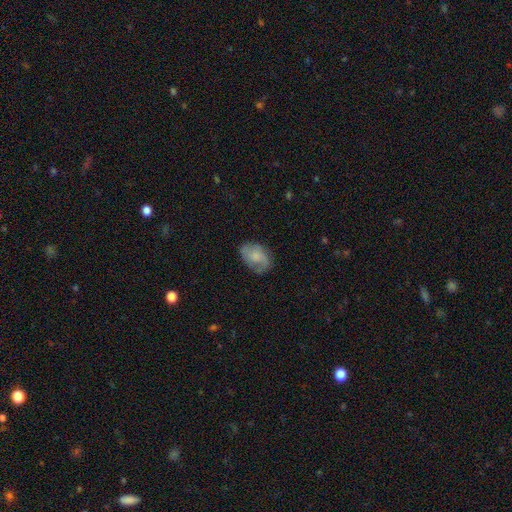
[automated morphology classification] The model was most divided on "smooth or featured": smooth: 47%, featured or disk: 45%, star or artifact: 8%. More confident: merging — none (69%).